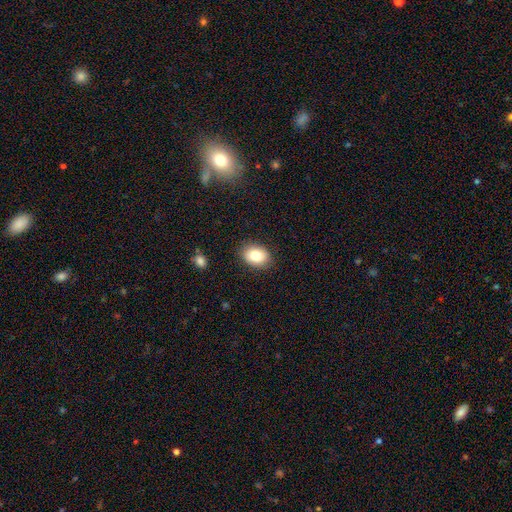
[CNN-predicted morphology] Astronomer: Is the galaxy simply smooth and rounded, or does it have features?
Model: smooth — 83%.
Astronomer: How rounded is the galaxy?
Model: in between — 68%.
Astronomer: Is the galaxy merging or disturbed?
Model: none — 86%.